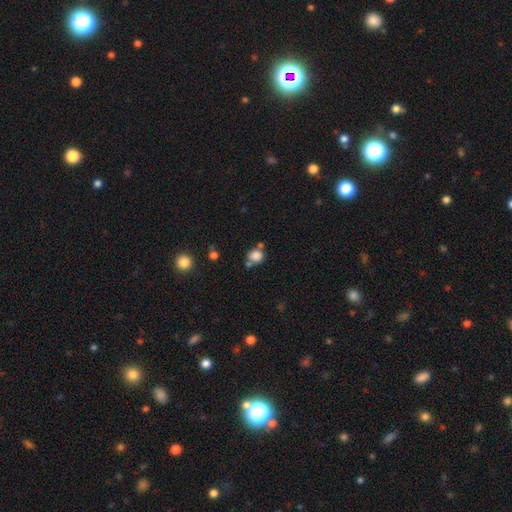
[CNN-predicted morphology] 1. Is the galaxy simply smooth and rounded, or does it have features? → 81% smooth, 12% star or artifact, 7% featured or disk.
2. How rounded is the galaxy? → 73% round, 26% in between, 1% cigar-shaped.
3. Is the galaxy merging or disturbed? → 57% none, 22% merger, 16% minor disturbance, 6% major disturbance.